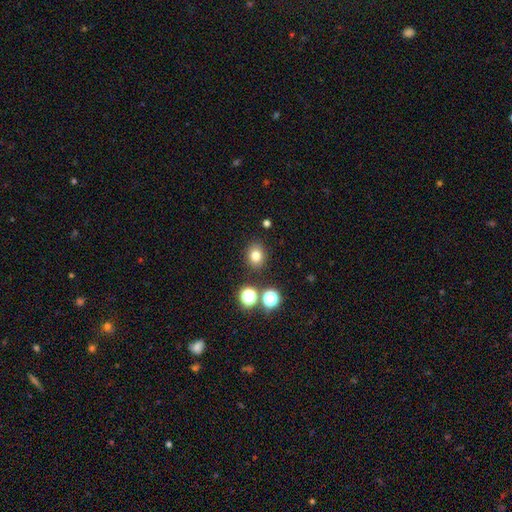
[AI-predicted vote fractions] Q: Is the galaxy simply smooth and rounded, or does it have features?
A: smooth — 77%.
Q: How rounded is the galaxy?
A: round — 71%.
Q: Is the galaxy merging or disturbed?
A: none — 85%.